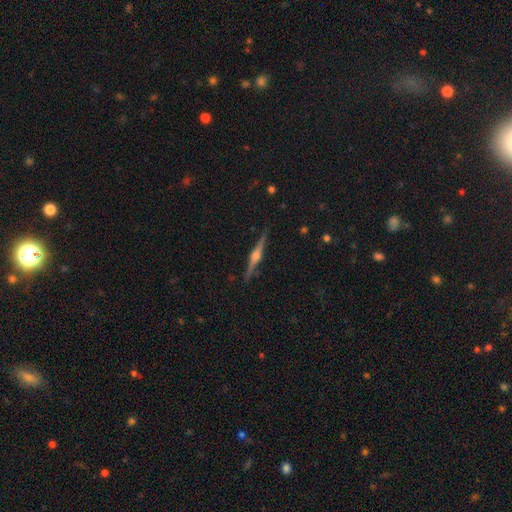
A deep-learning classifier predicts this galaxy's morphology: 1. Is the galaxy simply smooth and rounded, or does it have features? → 84% featured or disk, 10% smooth, 6% star or artifact.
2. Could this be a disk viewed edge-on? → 98% yes, 2% no.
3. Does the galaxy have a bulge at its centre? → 92% rounded, 5% boxy, 3% none.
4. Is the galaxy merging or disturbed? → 91% none, 7% minor disturbance, 1% major disturbance, 1% merger.